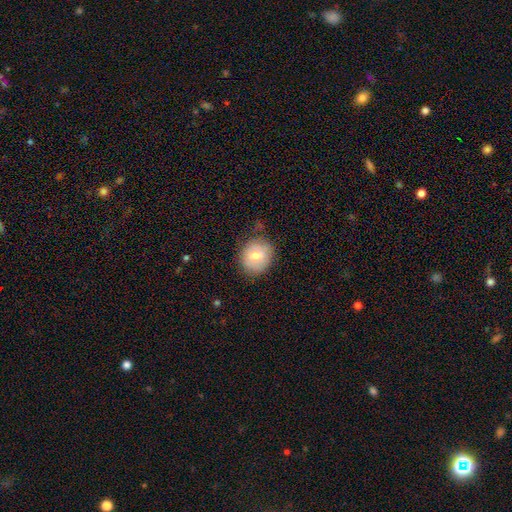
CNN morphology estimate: Smooth or featured?
  - smooth: 70% *
  - featured or disk: 22%
  - star or artifact: 8%
How rounded?
  - round: 77% *
  - in between: 22%
  - cigar-shaped: 1%
Merging?
  - none: 77% *
  - minor disturbance: 17%
  - major disturbance: 4%
  - merger: 2%